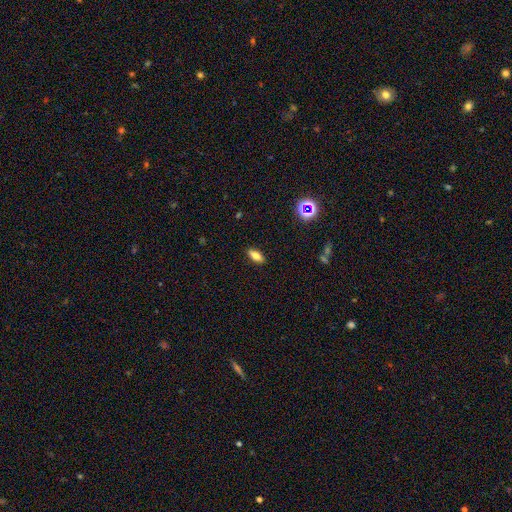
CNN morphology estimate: smooth 70%, featured or disk 19%, star or artifact 11%. Down the decision tree: how rounded — in between (76%); merging — none (89%).